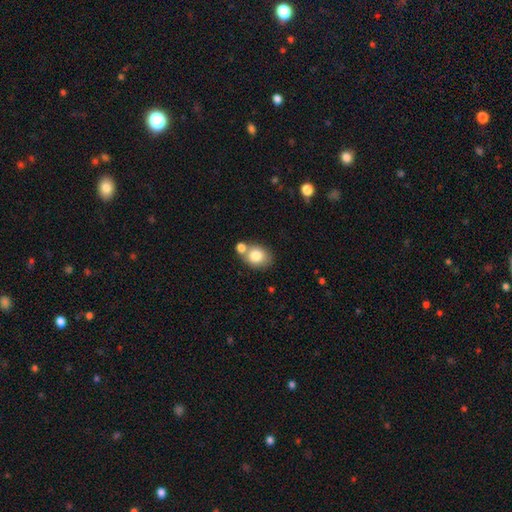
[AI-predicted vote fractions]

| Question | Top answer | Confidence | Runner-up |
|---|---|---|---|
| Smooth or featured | smooth | 80% | featured or disk (11%) |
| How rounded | in between | 50% | round (49%) |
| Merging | none | 54% | merger (30%) |